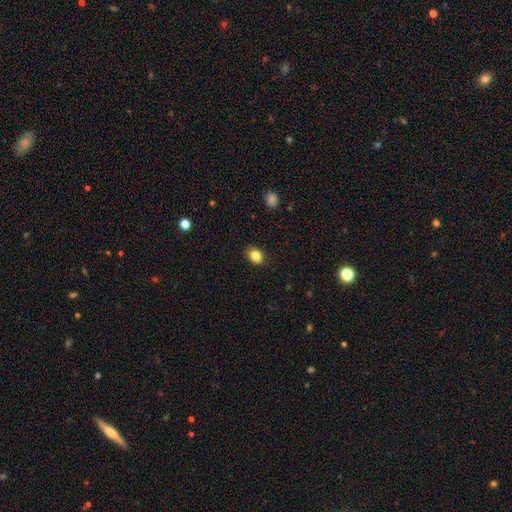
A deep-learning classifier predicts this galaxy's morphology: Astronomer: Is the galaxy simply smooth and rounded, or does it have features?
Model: smooth — 85%.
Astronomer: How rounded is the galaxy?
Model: in between — 65%.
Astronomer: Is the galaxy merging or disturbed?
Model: none — 87%.